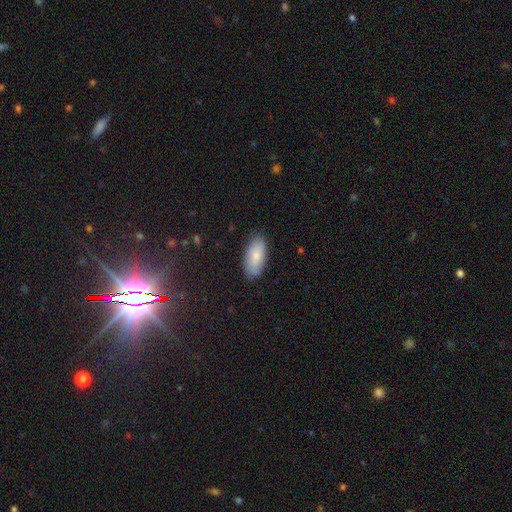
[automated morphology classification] smooth 81%, featured or disk 13%, star or artifact 6%. Down the decision tree: how rounded — in between (90%); merging — none (84%).